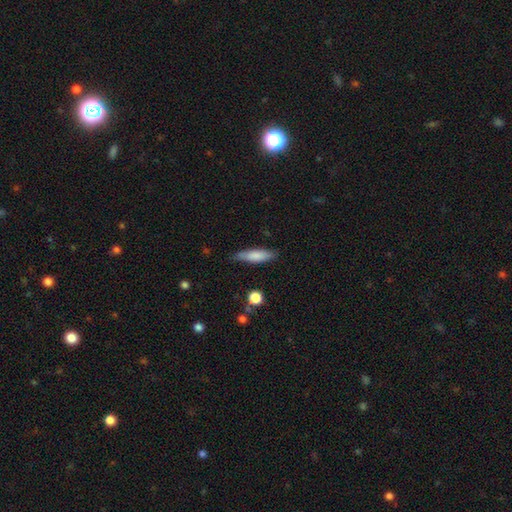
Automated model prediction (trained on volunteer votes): Morphology: type=smooth (78%); roundness=cigar-shaped (66%); merging=none (80%).